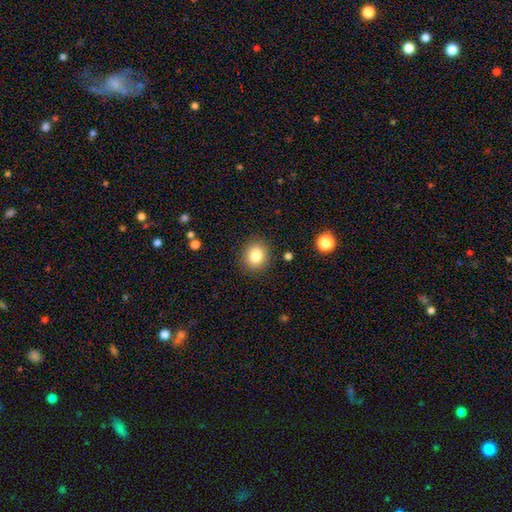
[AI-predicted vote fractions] This appears to be a smooth galaxy with no disk features (83%) that is round (77%). Merging: none (88%).